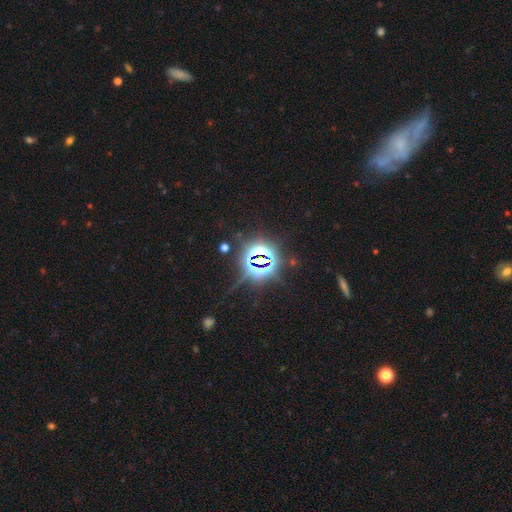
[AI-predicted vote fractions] The model was most divided on "smooth or featured": star or artifact: 84%, smooth: 9%, featured or disk: 7%.